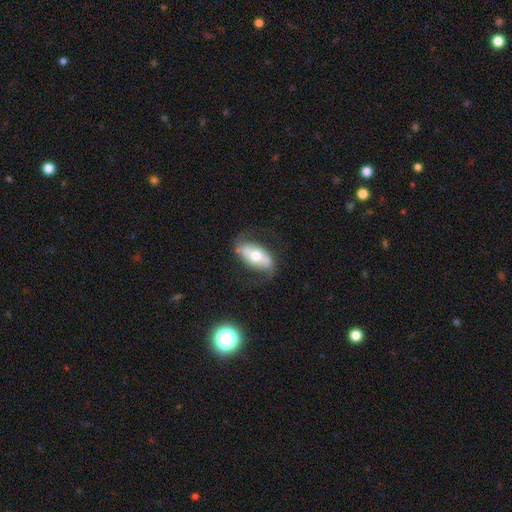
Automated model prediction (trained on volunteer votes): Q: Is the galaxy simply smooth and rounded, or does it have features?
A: featured or disk — 58%.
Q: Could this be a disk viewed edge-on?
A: no — 88%.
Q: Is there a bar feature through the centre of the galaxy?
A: no — 43%.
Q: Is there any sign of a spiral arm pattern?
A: yes — 69%.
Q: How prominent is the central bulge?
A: moderate — 70%.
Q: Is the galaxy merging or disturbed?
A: none — 68%.